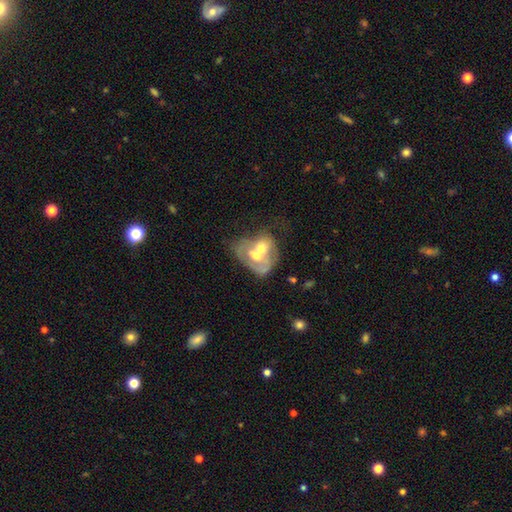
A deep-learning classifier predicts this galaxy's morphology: smooth-or-featured: featured or disk: 59% | smooth: 34% | star or artifact: 7%
  disk-edge-on: no: 96% | yes: 4%
    bar: no: 80% | weak: 16% | strong: 4%
    has-spiral-arms: no: 69% | yes: 31%
    bulge-size: moderate: 67% | small: 19% | large: 9% | none: 4% | dominant: 2%
  merging: merger: 75% | none: 10% | major disturbance: 9% | minor disturbance: 6%